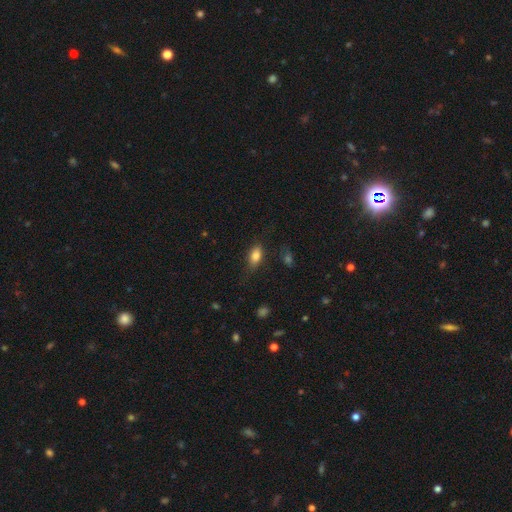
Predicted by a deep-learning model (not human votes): smooth-or-featured: smooth: 82% | featured or disk: 9% | star or artifact: 9%
  how-rounded: in between: 86% | cigar-shaped: 7% | round: 6%
  merging: none: 72% | minor disturbance: 20% | major disturbance: 6% | merger: 2%